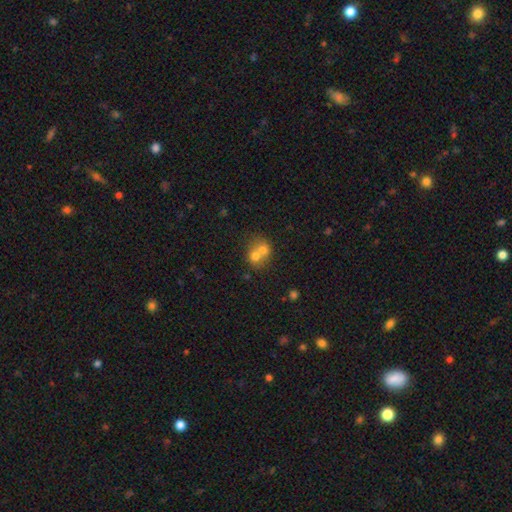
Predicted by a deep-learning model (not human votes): A smooth galaxy with no disk features (67%) that is round (70%). Merging: merger (71%).